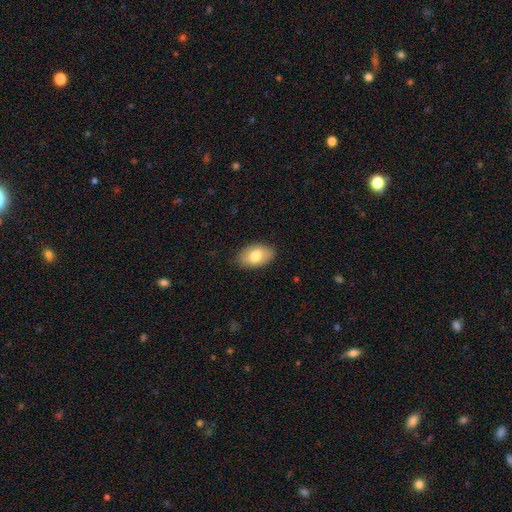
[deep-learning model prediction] smooth-or-featured: smooth: 75% | featured or disk: 18% | star or artifact: 6%
  how-rounded: in between: 92% | round: 6% | cigar-shaped: 1%
  merging: none: 85% | minor disturbance: 12% | major disturbance: 2% | merger: 1%